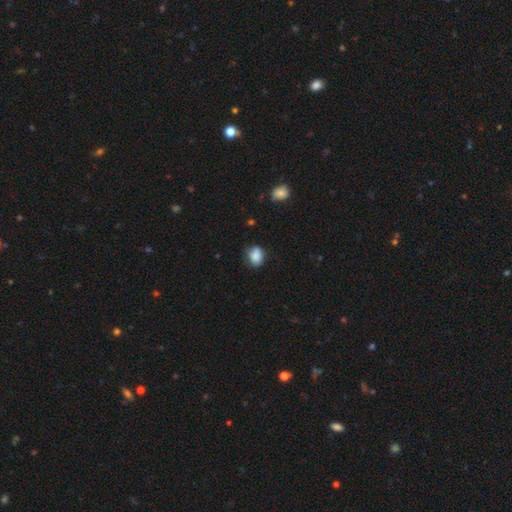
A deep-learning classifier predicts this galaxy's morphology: This is clearly a smooth galaxy (85%). How rounded: likely in between (64%). Merging: likely none (62%).